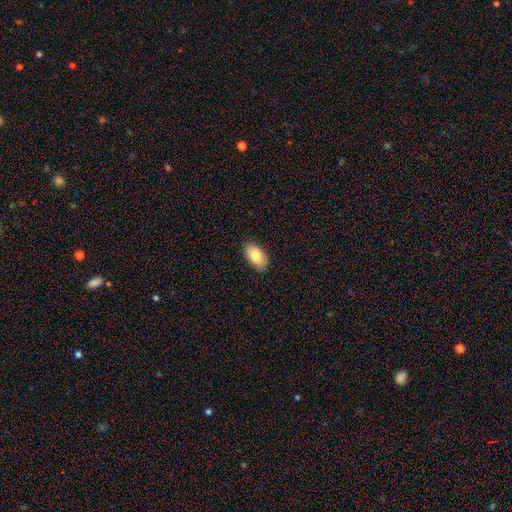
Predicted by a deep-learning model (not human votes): Smooth or featured? smooth (85%)
How rounded? in between (95%)
Merging? none (87%)